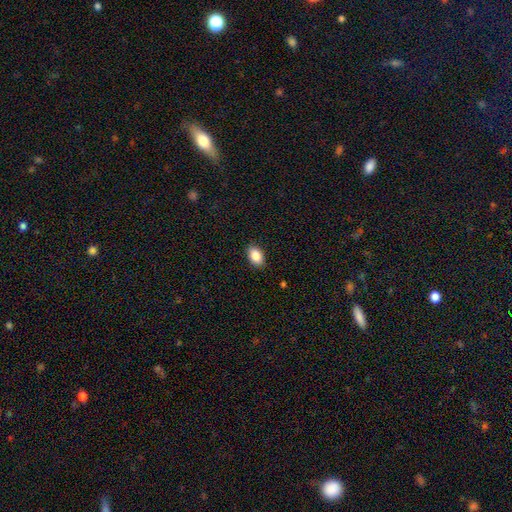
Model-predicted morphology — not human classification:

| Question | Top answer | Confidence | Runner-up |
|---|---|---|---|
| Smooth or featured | smooth | 87% | star or artifact (8%) |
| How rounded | in between | 88% | round (10%) |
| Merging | none | 88% | minor disturbance (9%) |